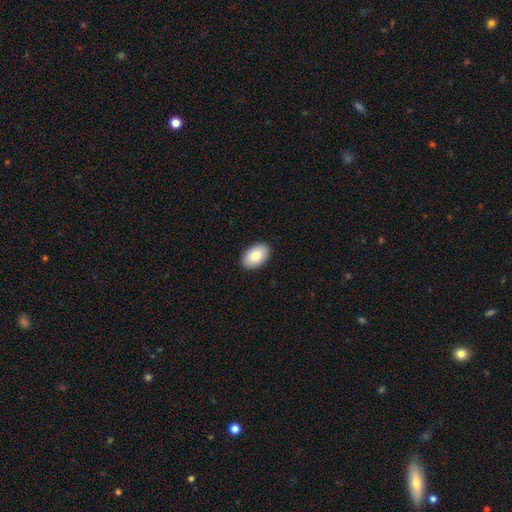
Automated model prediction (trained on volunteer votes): Smooth or featured: smooth — 85% (featured or disk — 9%)
How rounded: in between — 94% (round — 5%)
Merging: none — 90% (minor disturbance — 7%)